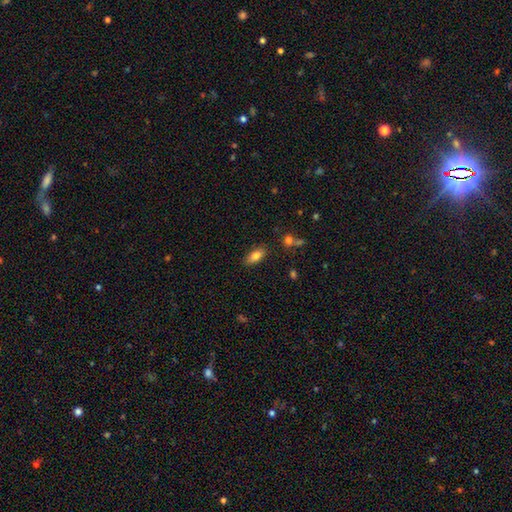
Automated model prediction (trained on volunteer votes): smooth_or_featured: smooth (p=0.80) [alt: featured or disk p=0.12]
how_rounded: in between (p=0.84) [alt: cigar-shaped p=0.12]
merging: none (p=0.82) [alt: minor disturbance p=0.13]